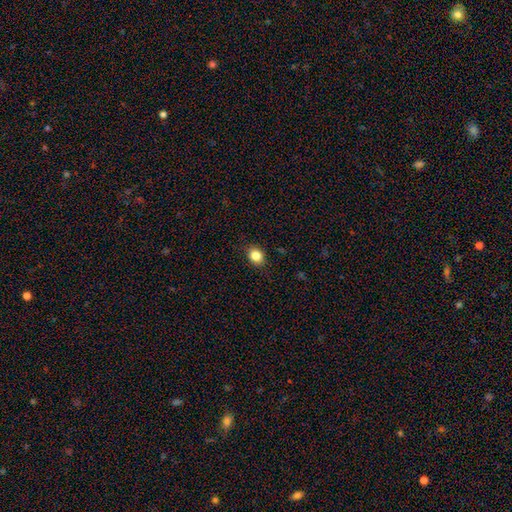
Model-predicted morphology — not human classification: type=smooth (84%); roundness=round (61%); merging=none (88%).